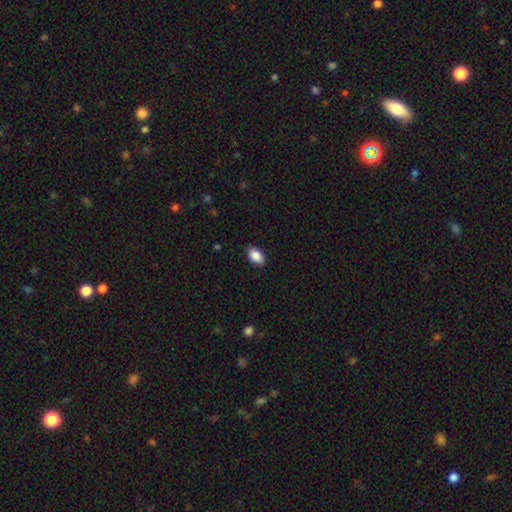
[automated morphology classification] smooth 89%, star or artifact 7%, featured or disk 4%. Down the decision tree: how rounded — in between (92%); merging — none (87%).